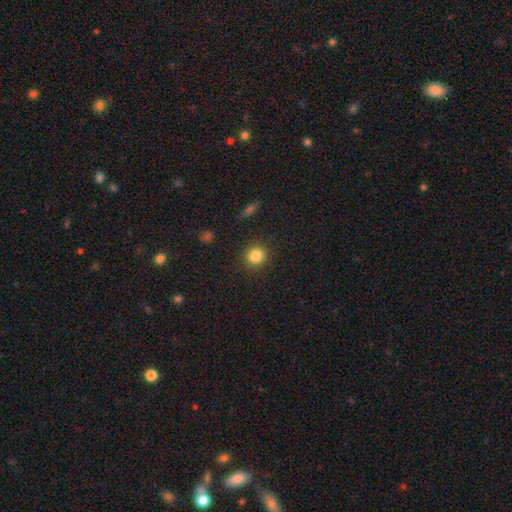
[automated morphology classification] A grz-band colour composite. It shows a smooth galaxy with no disk features (84%) that is round (91%). Merging: none (90%).